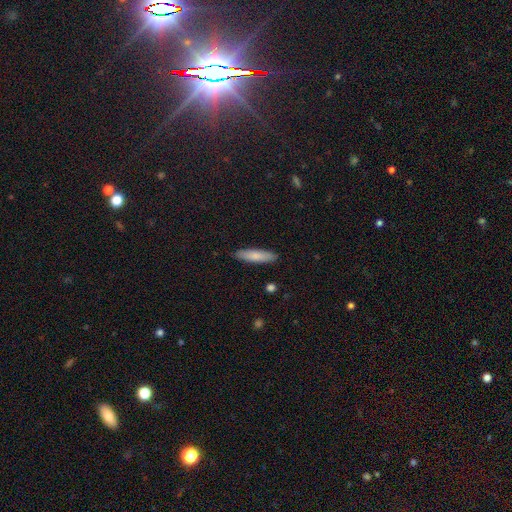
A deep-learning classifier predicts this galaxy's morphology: type=smooth (80%); roundness=cigar-shaped (75%); merging=none (89%).